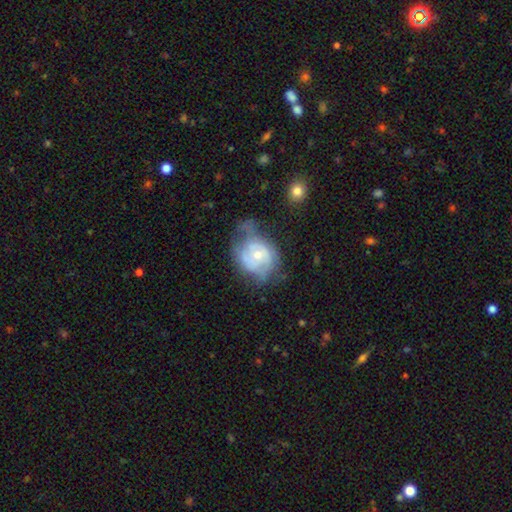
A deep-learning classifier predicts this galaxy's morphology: This is likely a featured or disk galaxy (65%). It is clearly not viewed edge-on (97%). Bar: likely no (77%). Spiral arm pattern: likely yes (67%). Central bulge: possibly small (50%). Merging: marginally none (34%).